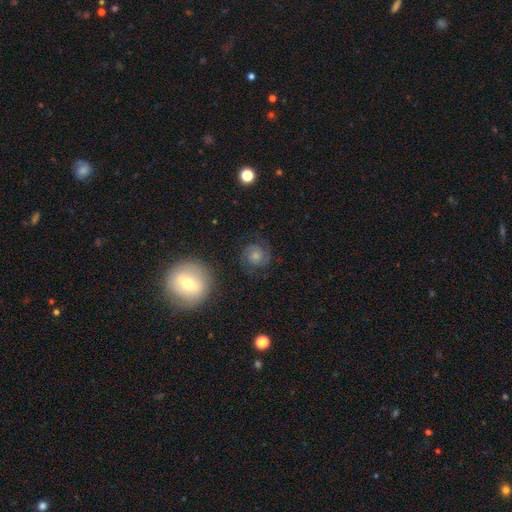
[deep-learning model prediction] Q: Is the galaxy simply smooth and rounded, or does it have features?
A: featured or disk — 56%.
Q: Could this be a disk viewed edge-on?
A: no — 97%.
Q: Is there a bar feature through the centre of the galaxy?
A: no — 69%.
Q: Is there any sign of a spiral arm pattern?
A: yes — 92%.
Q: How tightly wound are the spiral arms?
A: tight — 46%.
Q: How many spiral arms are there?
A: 2 — 81%.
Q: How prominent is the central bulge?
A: moderate — 49%.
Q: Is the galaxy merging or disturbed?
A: none — 78%.